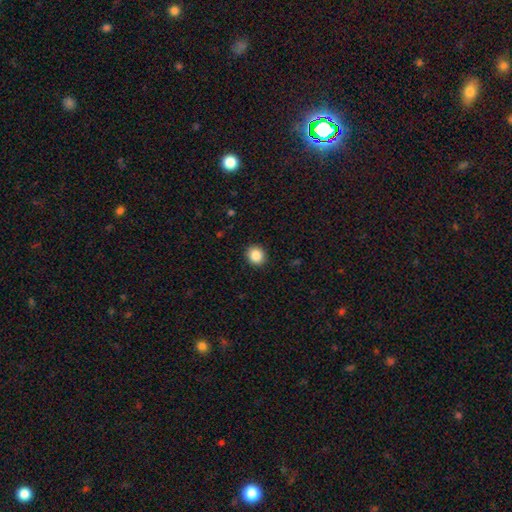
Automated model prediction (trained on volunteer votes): The model was most divided on "how rounded": round: 80%, in between: 19%, cigar-shaped: 1%. More confident: merging — none (91%); smooth or featured — smooth (86%).